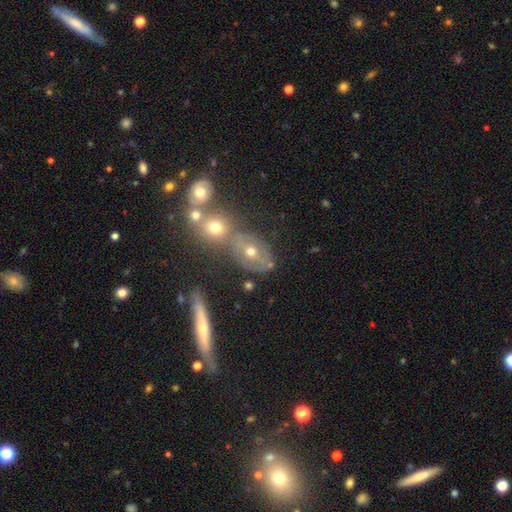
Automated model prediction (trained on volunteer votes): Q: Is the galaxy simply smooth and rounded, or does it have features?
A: featured or disk — 43%.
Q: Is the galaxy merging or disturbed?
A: none — 50%.